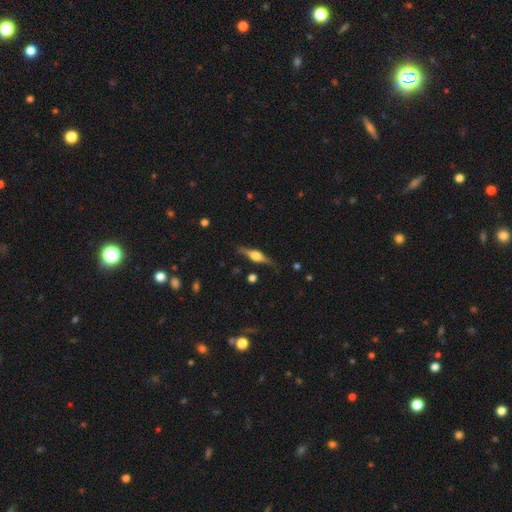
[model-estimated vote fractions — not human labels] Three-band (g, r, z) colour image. It shows a featured or disk galaxy (76%) viewed edge-on (97%) with a rounded central bulge (88%). Merging: none (84%).